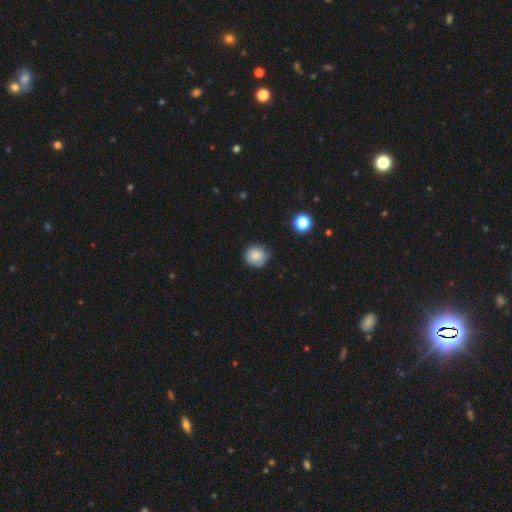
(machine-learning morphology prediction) Smooth or featured? Predicted: smooth (p=0.85). How rounded? Predicted: round (p=0.90). Merging? Predicted: none (p=0.71).